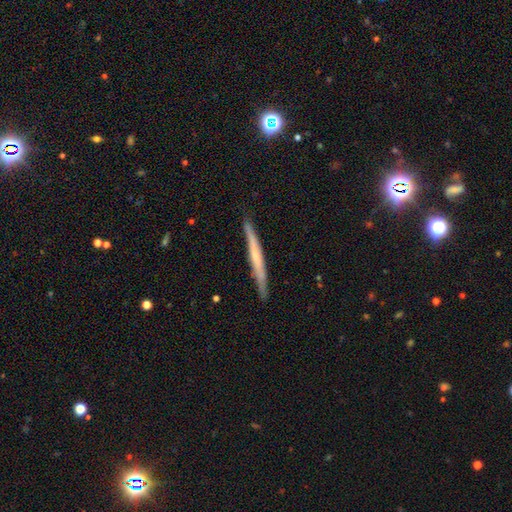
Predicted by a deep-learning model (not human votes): smooth_or_featured: featured or disk (p=0.55) [alt: smooth p=0.39]
disk_edge_on: yes (p=0.96) [alt: no p=0.04]
edge_on_bulge: none (p=0.66) [alt: rounded p=0.25]
merging: none (p=0.86) [alt: minor disturbance p=0.11]